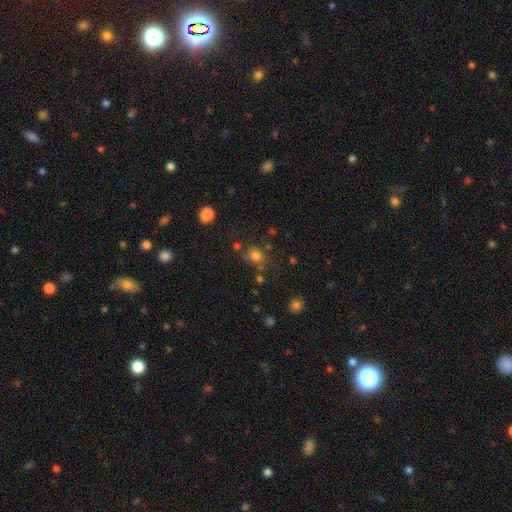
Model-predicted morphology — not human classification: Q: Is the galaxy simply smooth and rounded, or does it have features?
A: smooth — 74%.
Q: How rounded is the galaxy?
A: round — 71%.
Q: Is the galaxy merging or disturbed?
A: none — 66%.